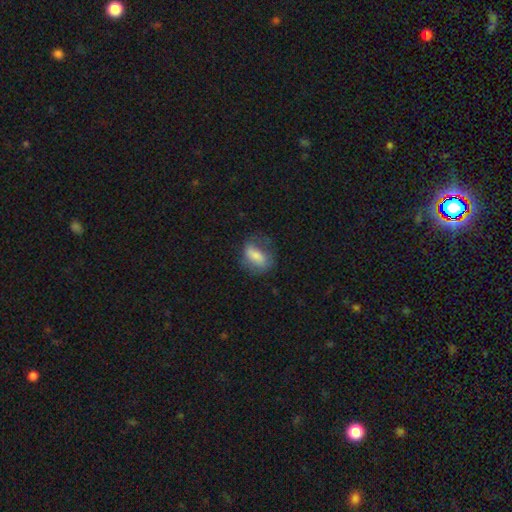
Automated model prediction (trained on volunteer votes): smooth-or-featured: smooth: 64% | featured or disk: 29% | star or artifact: 8%
  how-rounded: in between: 80% | round: 12% | cigar-shaped: 8%
  merging: none: 57% | minor disturbance: 25% | major disturbance: 15% | merger: 2%